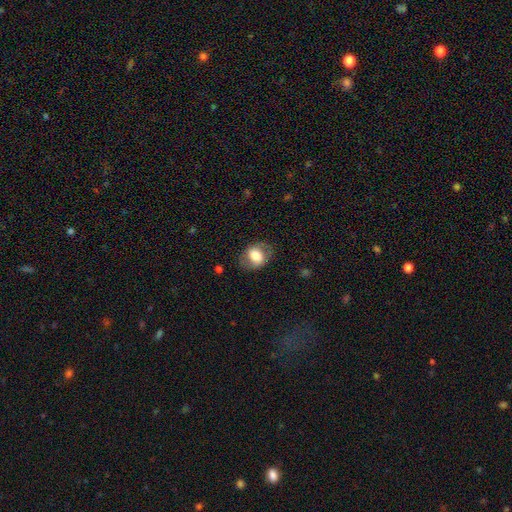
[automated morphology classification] type=smooth (68%); roundness=in between (61%); merging=none (73%).